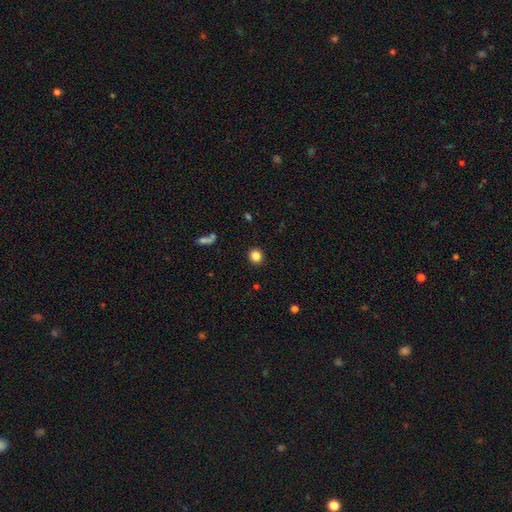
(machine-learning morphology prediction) This is clearly a smooth galaxy (85%). How rounded: clearly round (90%). Merging: clearly none (91%).